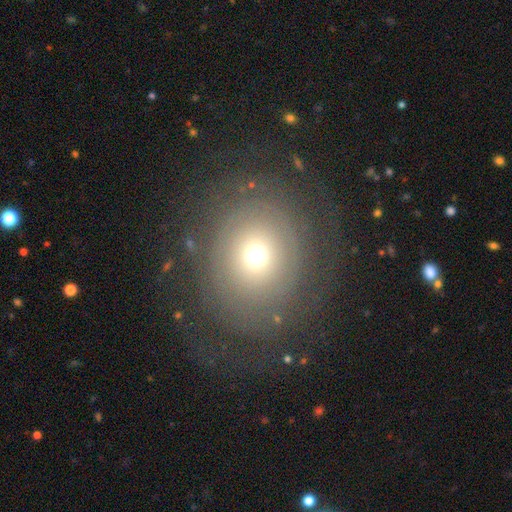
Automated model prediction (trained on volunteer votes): This is possibly a smooth galaxy (55%). How rounded: likely round (77%). Merging: likely none (71%).